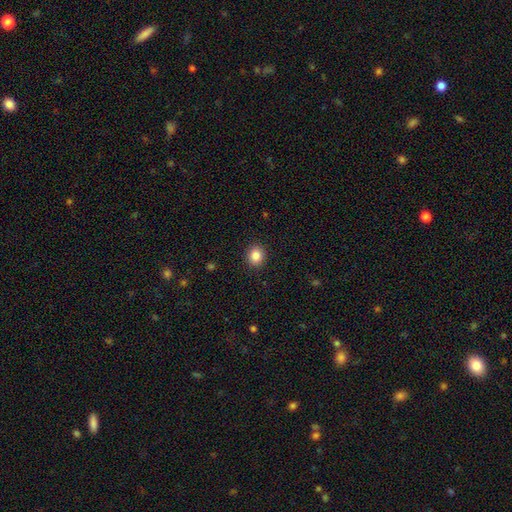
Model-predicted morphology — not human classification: A smooth galaxy with no disk features (86%) that is round (77%).

Vote fractions:
- Smooth or featured? smooth: 86% / star or artifact: 10% / featured or disk: 4%
- How rounded? round: 77% / in between: 22% / cigar-shaped: 1%
- Merging? none: 91% / minor disturbance: 6% / major disturbance: 2% / merger: 1%